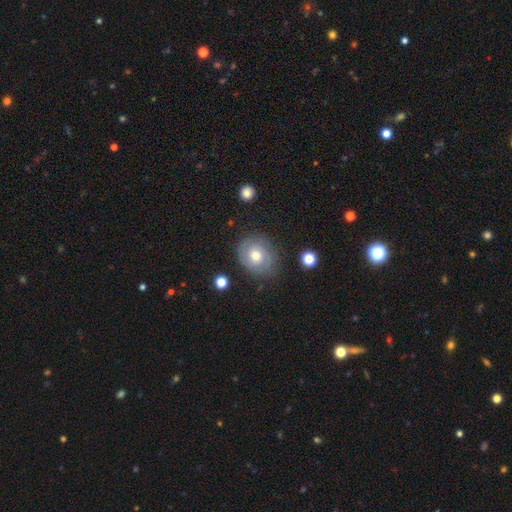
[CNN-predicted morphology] This is possibly a smooth galaxy (57%). How rounded: likely round (71%). Merging: likely none (75%).